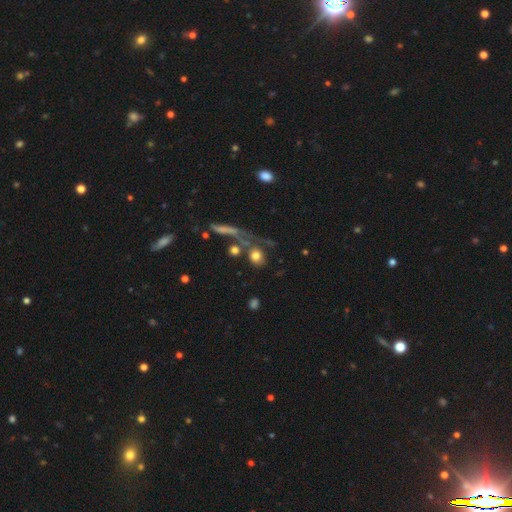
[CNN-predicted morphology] Overall: smooth (73%). How rounded: round (62%; in between 33%). Merging: none (47%; merger 24%).